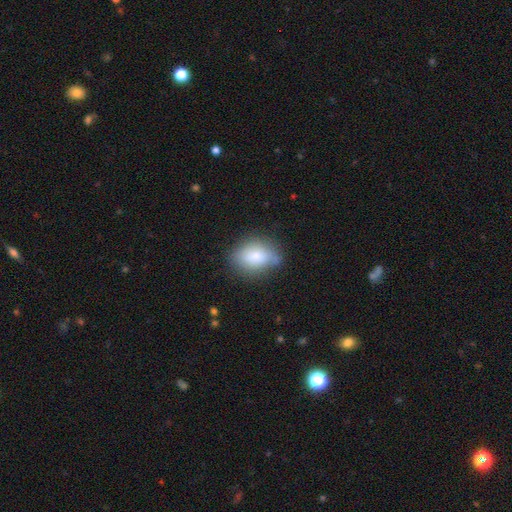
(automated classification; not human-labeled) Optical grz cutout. It shows a smooth galaxy with no disk features (75%) that is in between round and cigar-shaped (76%). Merging: none (65%).